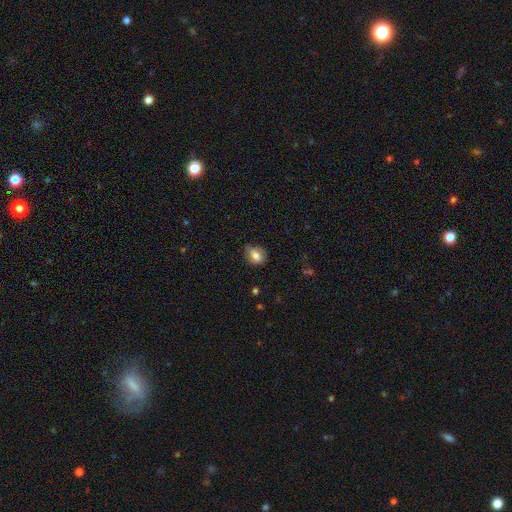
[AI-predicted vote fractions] smooth-or-featured: smooth: 79% | featured or disk: 12% | star or artifact: 9%
  how-rounded: in between: 59% | round: 40% | cigar-shaped: 1%
  merging: none: 66% | minor disturbance: 27% | major disturbance: 6% | merger: 1%